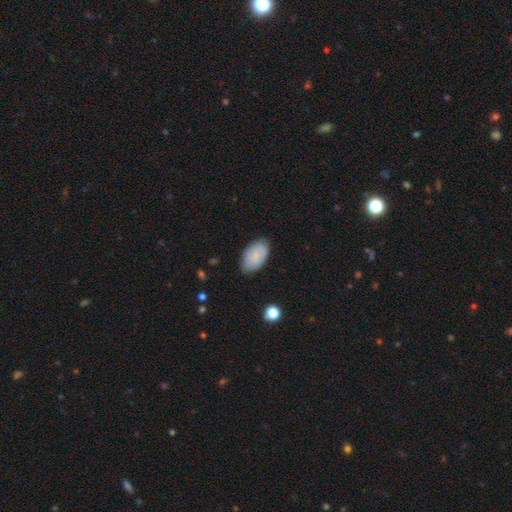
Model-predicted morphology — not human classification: Smooth or featured?
  - smooth: 81% *
  - featured or disk: 12%
  - star or artifact: 7%
How rounded?
  - in between: 94% *
  - round: 4%
  - cigar-shaped: 1%
Merging?
  - none: 79% *
  - minor disturbance: 17%
  - major disturbance: 3%
  - merger: 1%